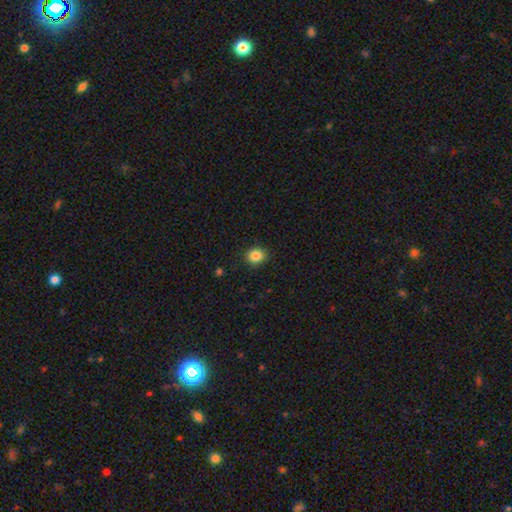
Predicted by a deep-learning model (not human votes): smooth 85%, star or artifact 10%, featured or disk 4%. Down the decision tree: how rounded — round (78%); merging — none (89%).